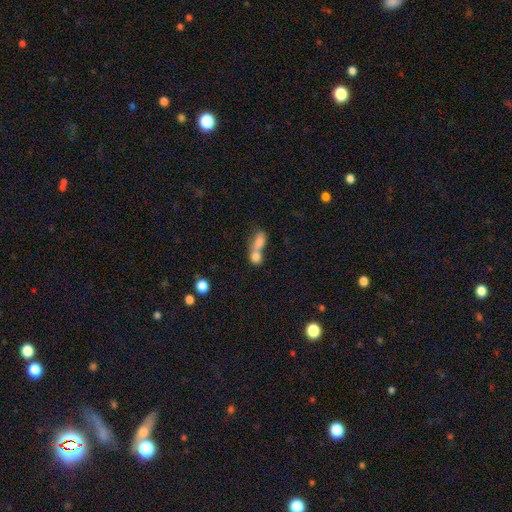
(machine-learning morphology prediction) A smooth galaxy with no disk features (76%) that is in between round and cigar-shaped (58%).

Vote fractions:
- Smooth or featured? smooth: 76% / featured or disk: 15% / star or artifact: 9%
- How rounded? in between: 58% / round: 33% / cigar-shaped: 9%
- Merging? merger: 75% / none: 16% / minor disturbance: 5% / major disturbance: 4%